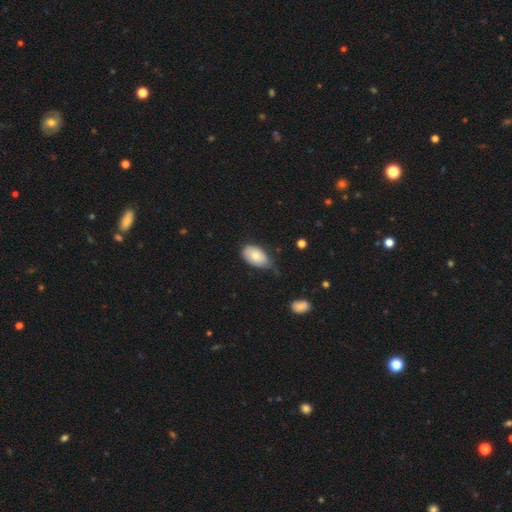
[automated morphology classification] A smooth galaxy with no disk features (76%) that is in between round and cigar-shaped (93%).

Vote fractions:
- Smooth or featured? smooth: 76% / featured or disk: 17% / star or artifact: 7%
- How rounded? in between: 93% / round: 6% / cigar-shaped: 1%
- Merging? none: 50% / minor disturbance: 38% / major disturbance: 9% / merger: 3%